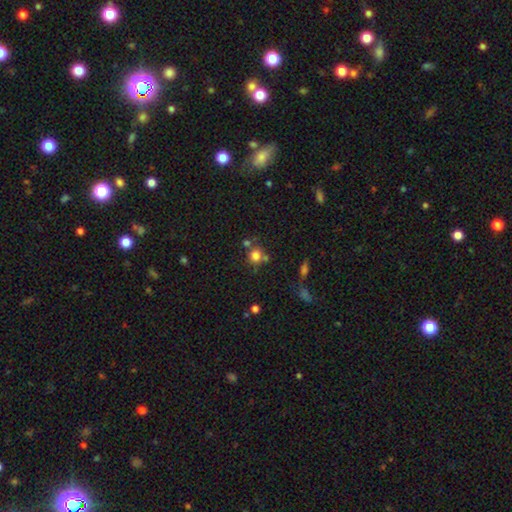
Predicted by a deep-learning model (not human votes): This is likely a smooth galaxy (78%). How rounded: clearly round (86%). Merging: likely none (62%).